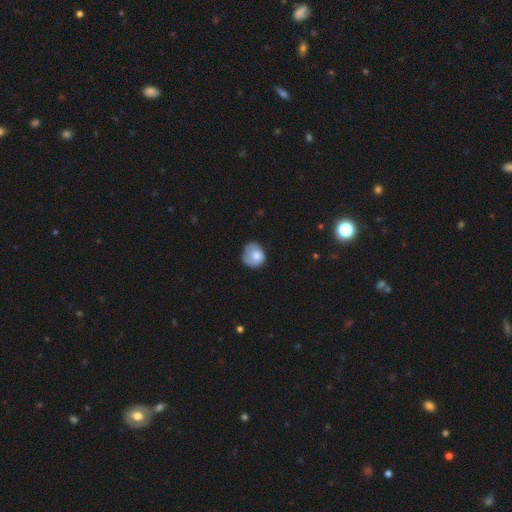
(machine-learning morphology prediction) A smooth galaxy with no disk features (75%) that is round (73%). Merging: none (47%).